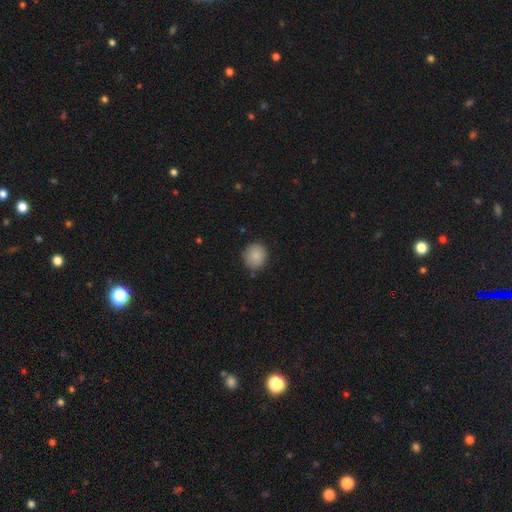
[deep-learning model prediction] A smooth galaxy with no disk features (85%) that is round (86%). Merging: none (84%).